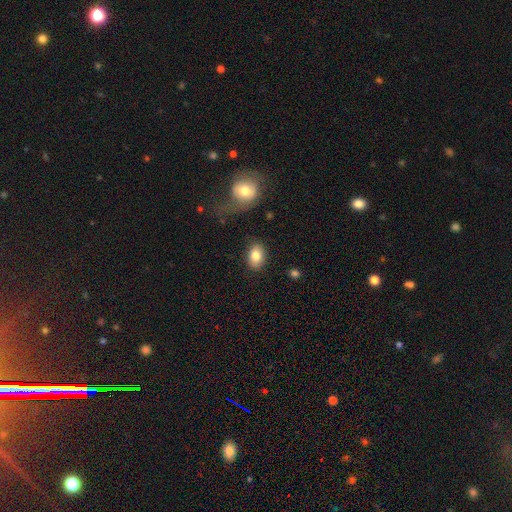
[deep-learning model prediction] This appears to be a smooth galaxy with no disk features (81%) that is in between round and cigar-shaped (79%). Merging: none (85%).